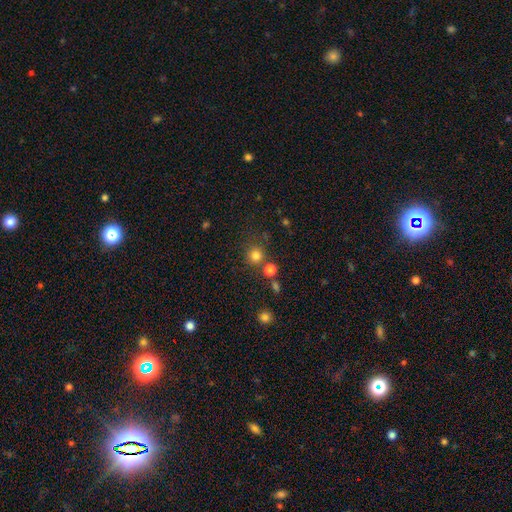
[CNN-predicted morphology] Q: Smooth or featured?
A: smooth (78%); runner-up: star or artifact (16%)
Q: How rounded?
A: round (92%); runner-up: in between (7%)
Q: Merging?
A: none (74%); runner-up: merger (13%)